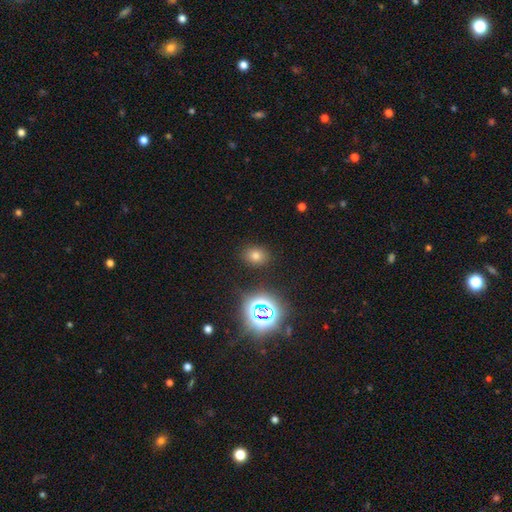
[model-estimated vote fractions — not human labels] Morphology: type=smooth (69%); roundness=in between (53%); merging=none (87%).